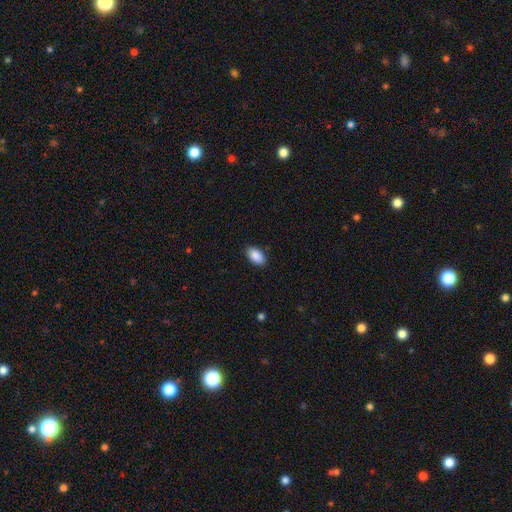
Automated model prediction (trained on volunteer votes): Smooth or featured? Predicted: smooth (p=0.90). How rounded? Predicted: in between (p=0.94). Merging? Predicted: none (p=0.87).